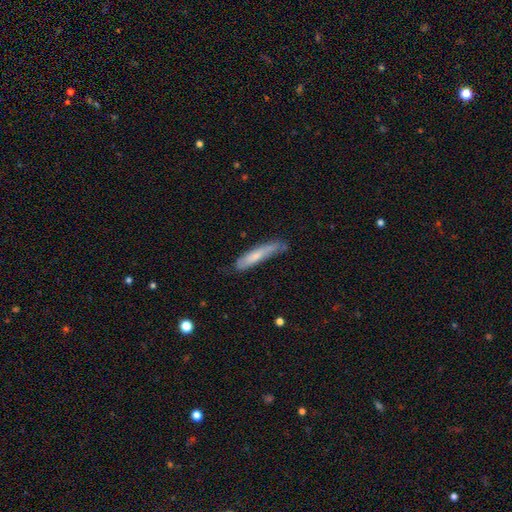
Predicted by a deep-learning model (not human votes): Smooth or featured? Predicted: smooth (p=0.64). How rounded? Predicted: cigar-shaped (p=0.87). Merging? Predicted: none (p=0.63).